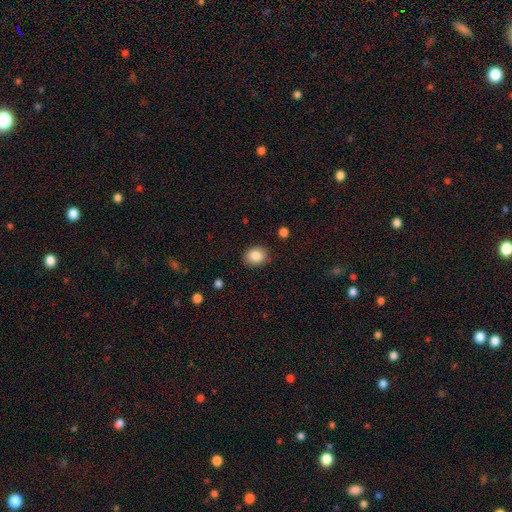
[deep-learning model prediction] Q: Smooth or featured?
A: smooth (86%); runner-up: star or artifact (9%)
Q: How rounded?
A: round (52%); runner-up: in between (48%)
Q: Merging?
A: none (87%); runner-up: minor disturbance (9%)